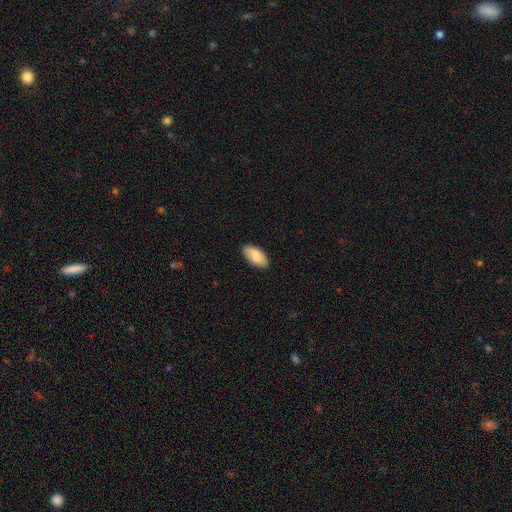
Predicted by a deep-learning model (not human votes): Morphology: type=smooth (81%); roundness=in between (93%); merging=none (88%).